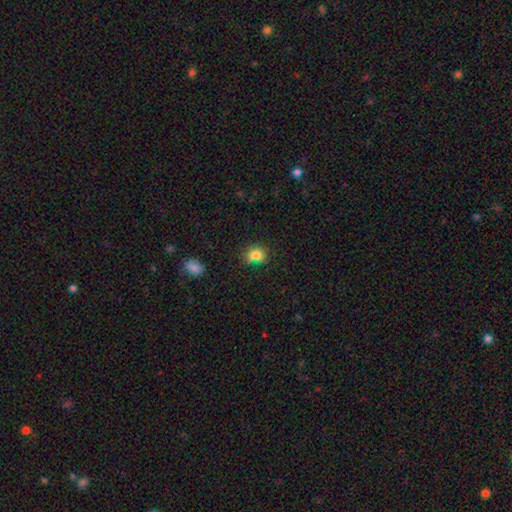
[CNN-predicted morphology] smooth_or_featured: smooth (p=0.81) [alt: star or artifact p=0.13]
how_rounded: round (p=0.63) [alt: in between p=0.36]
merging: none (p=0.70) [alt: minor disturbance p=0.19]